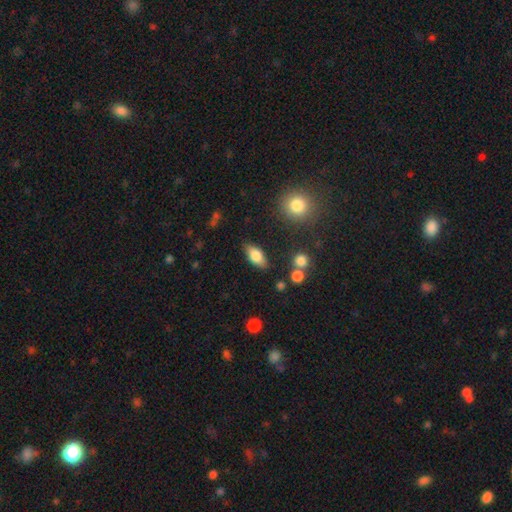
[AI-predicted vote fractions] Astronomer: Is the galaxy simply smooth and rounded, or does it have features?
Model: smooth — 77%.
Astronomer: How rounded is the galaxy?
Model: in between — 87%.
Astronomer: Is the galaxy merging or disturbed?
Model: none — 82%.